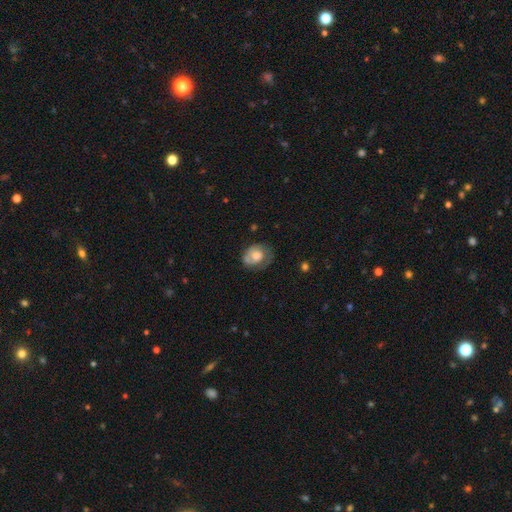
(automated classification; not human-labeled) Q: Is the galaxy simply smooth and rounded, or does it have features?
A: smooth — 50%.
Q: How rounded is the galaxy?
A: round — 55%.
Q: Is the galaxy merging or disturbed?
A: none — 52%.